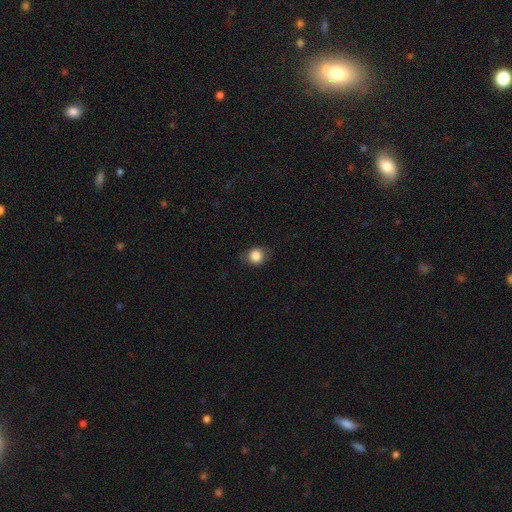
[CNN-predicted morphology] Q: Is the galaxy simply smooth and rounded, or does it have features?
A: smooth — 83%.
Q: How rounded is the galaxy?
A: round — 63%.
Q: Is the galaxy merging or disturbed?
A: none — 75%.